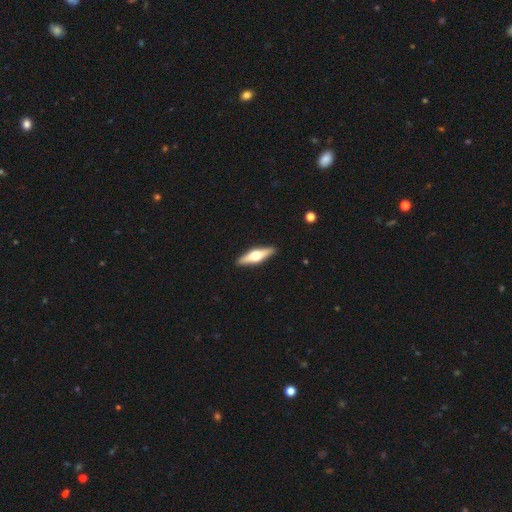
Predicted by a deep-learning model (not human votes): smooth_or_featured: featured or disk (p=0.58) [alt: smooth p=0.37]
disk_edge_on: yes (p=0.94) [alt: no p=0.06]
edge_on_bulge: rounded (p=0.95) [alt: boxy p=0.03]
merging: none (p=0.91) [alt: minor disturbance p=0.06]